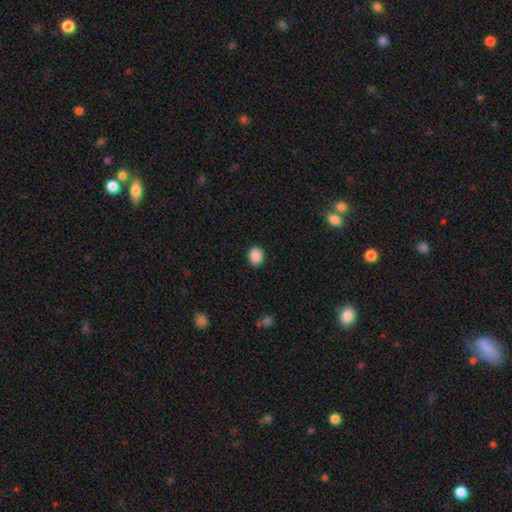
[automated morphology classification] A smooth galaxy with no disk features (89%) that is round (65%). Merging: none (90%).